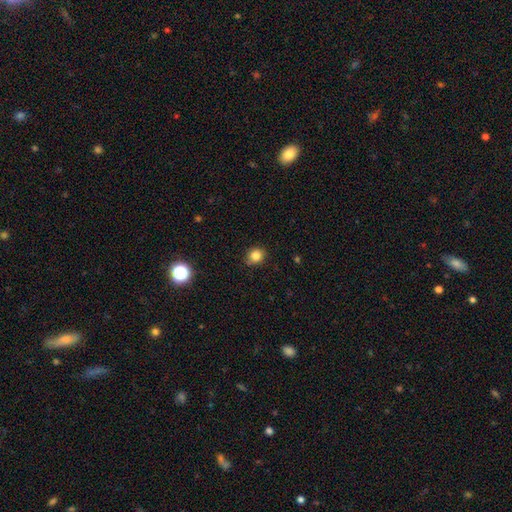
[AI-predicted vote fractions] Smooth or featured?
  - smooth: 83% *
  - star or artifact: 12%
  - featured or disk: 5%
How rounded?
  - round: 83% *
  - in between: 16%
  - cigar-shaped: 1%
Merging?
  - none: 83% *
  - minor disturbance: 13%
  - major disturbance: 2%
  - merger: 1%